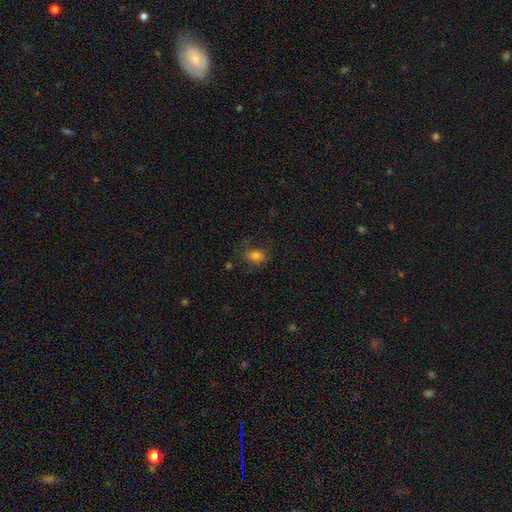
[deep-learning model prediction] smooth 78%, featured or disk 11%, star or artifact 11%. Down the decision tree: how rounded — in between (71%); merging — none (72%).